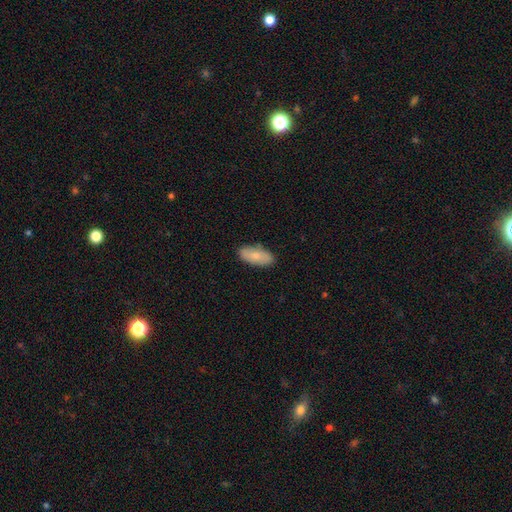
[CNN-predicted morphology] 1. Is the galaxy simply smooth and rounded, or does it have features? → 77% smooth, 17% featured or disk, 6% star or artifact.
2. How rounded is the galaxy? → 89% in between, 9% cigar-shaped, 2% round.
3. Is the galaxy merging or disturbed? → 85% none, 12% minor disturbance, 2% major disturbance, 1% merger.